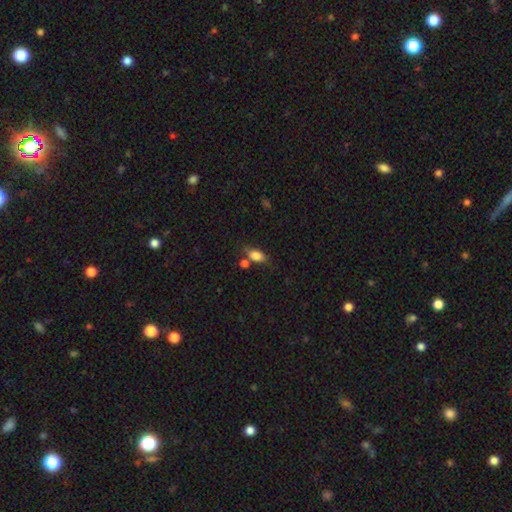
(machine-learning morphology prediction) This appears to be a smooth galaxy with no disk features (82%) that is in between round and cigar-shaped (85%). Merging: none (60%).